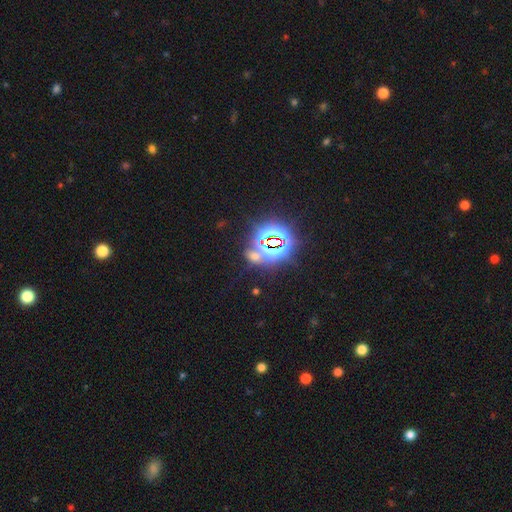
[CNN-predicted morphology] A star or artifact, not a galaxy (73%).

Vote fractions:
- Smooth or featured? star or artifact: 73% / smooth: 19% / featured or disk: 8%